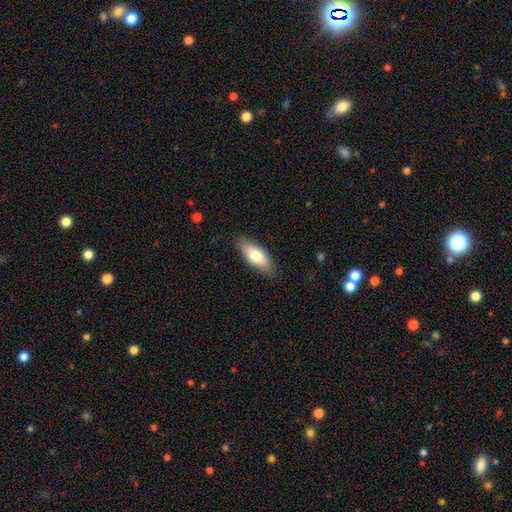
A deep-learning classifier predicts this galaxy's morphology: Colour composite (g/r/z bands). It shows a smooth galaxy with no disk features (72%) that is in between round and cigar-shaped (74%). Merging: none (86%).